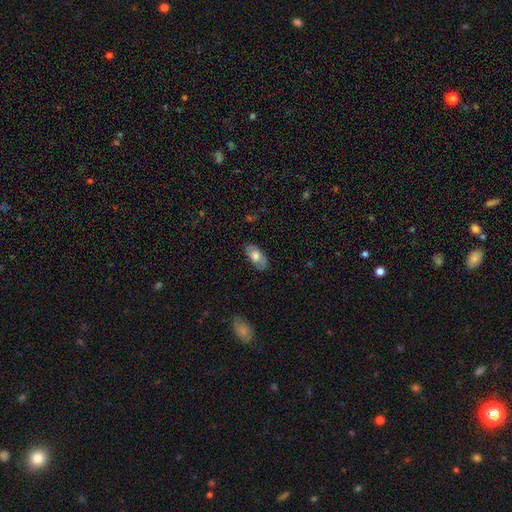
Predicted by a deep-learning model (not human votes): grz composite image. It shows a smooth galaxy with no disk features (65%) that is in between round and cigar-shaped (92%). Merging: none (80%).